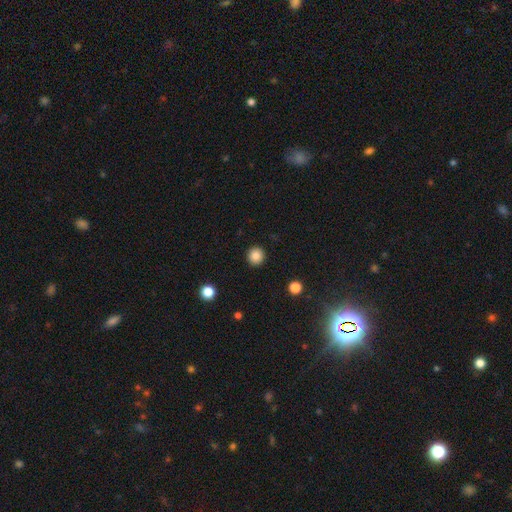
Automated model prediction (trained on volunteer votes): Q: Smooth or featured?
A: smooth (86%); runner-up: star or artifact (10%)
Q: How rounded?
A: round (94%); runner-up: in between (5%)
Q: Merging?
A: none (92%); runner-up: minor disturbance (5%)